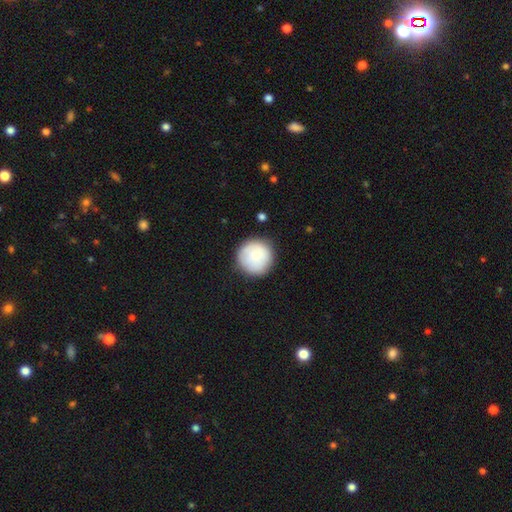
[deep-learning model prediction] This is clearly a smooth galaxy (83%). How rounded: clearly round (95%). Merging: clearly none (85%).